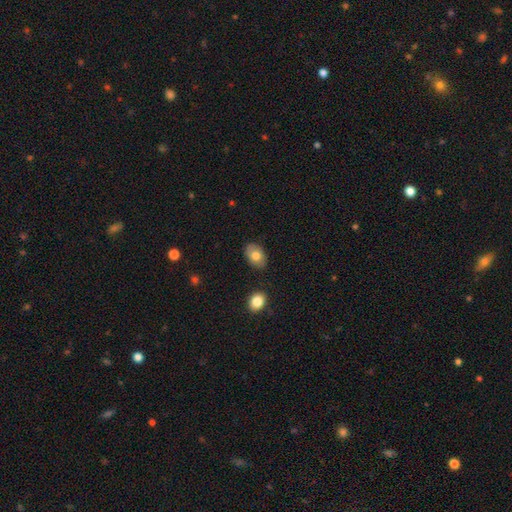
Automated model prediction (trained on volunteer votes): smooth_or_featured: smooth (p=0.76) [alt: featured or disk p=0.16]
how_rounded: in between (p=0.85) [alt: round p=0.14]
merging: none (p=0.82) [alt: minor disturbance p=0.12]